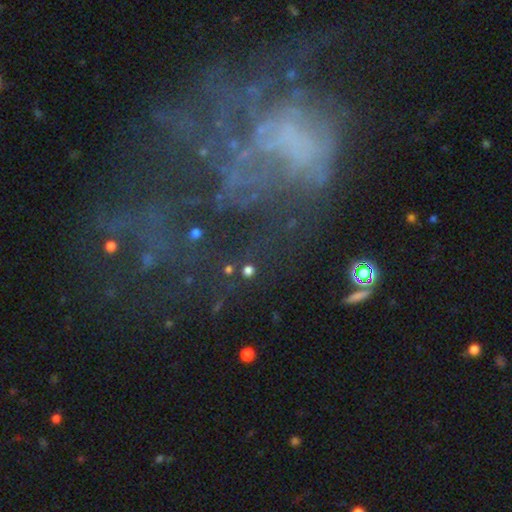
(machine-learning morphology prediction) A featured or disk galaxy (59%) with no bar (85%), no spiral arms (72%) and no central bulge (69%).

Vote fractions:
- Smooth or featured? featured or disk: 59% / star or artifact: 26% / smooth: 16%
- Edge-on disk? no: 97% / yes: 3%
- Bar? no: 85% / weak: 11% / strong: 4%
- Spiral arms? no: 72% / yes: 28%
- Bulge size? none: 69% / small: 13% / moderate: 11% / large: 4% / dominant: 2%
- Merging? major disturbance: 47% / none: 30% / minor disturbance: 13% / merger: 10%